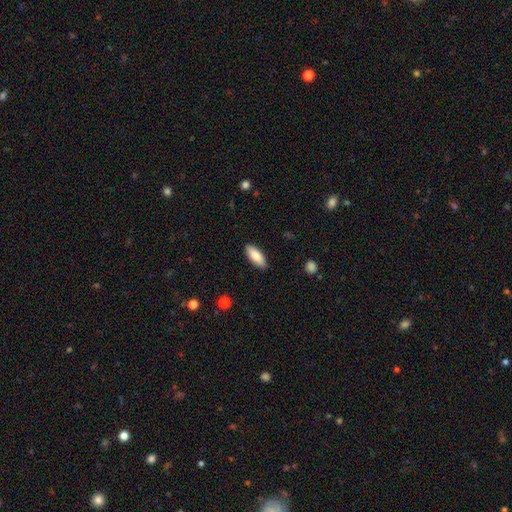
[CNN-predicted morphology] A smooth galaxy with no disk features (83%) that is in between round and cigar-shaped (75%). Merging: none (87%).